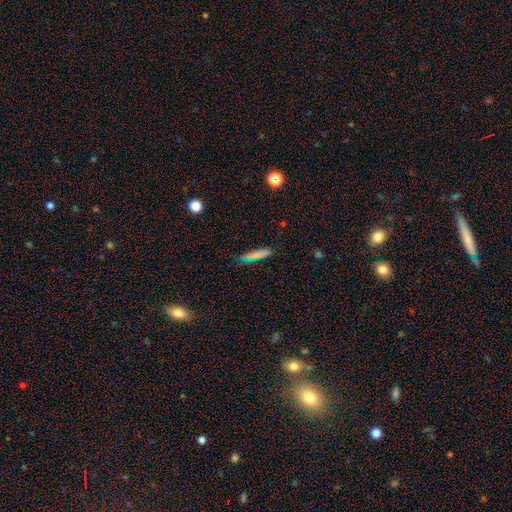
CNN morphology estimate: smooth-or-featured: smooth: 76% | featured or disk: 14% | star or artifact: 9%
  how-rounded: cigar-shaped: 89% | in between: 9% | round: 2%
  merging: none: 80% | minor disturbance: 15% | major disturbance: 3% | merger: 2%